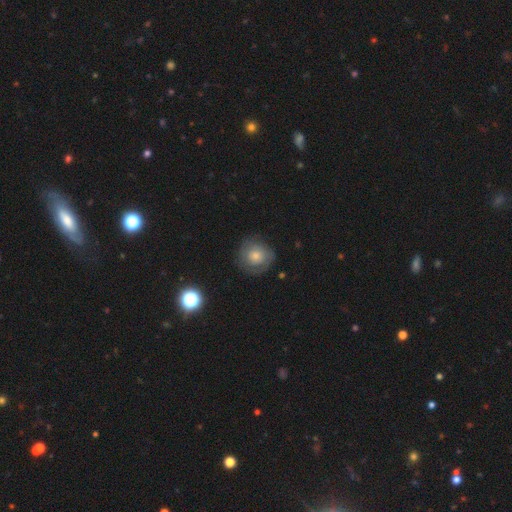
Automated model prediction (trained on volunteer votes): Q: Smooth or featured?
A: smooth (56%); runner-up: featured or disk (36%)
Q: How rounded?
A: round (89%); runner-up: in between (10%)
Q: Merging?
A: none (75%); runner-up: minor disturbance (17%)